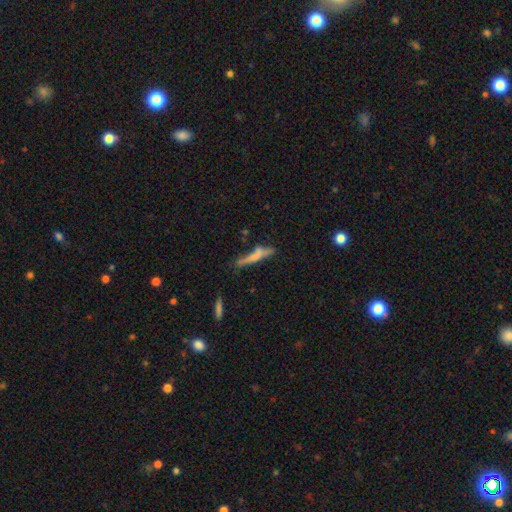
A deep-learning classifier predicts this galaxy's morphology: Smooth or featured?
  - smooth: 53% *
  - featured or disk: 39%
  - star or artifact: 8%
How rounded?
  - cigar-shaped: 90% *
  - in between: 8%
  - round: 2%
Merging?
  - none: 59% *
  - minor disturbance: 22%
  - merger: 11%
  - major disturbance: 9%